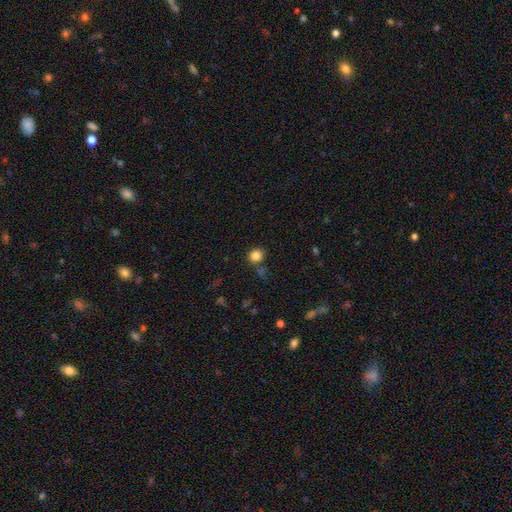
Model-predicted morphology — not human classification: A smooth galaxy with no disk features (84%) that is round (82%).

Vote fractions:
- Smooth or featured? smooth: 84% / star or artifact: 11% / featured or disk: 5%
- How rounded? round: 82% / in between: 17% / cigar-shaped: 1%
- Merging? none: 76% / minor disturbance: 11% / merger: 9% / major disturbance: 4%